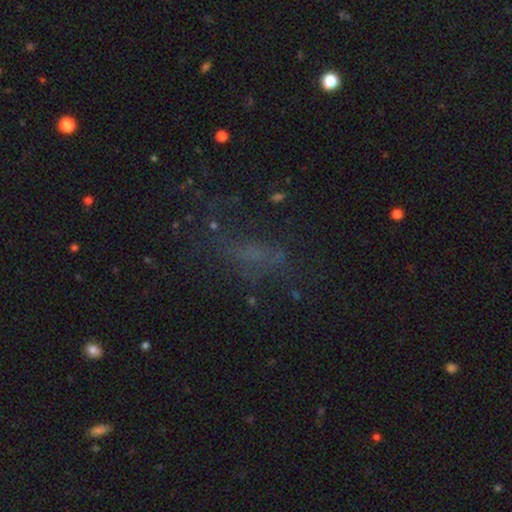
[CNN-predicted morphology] smooth 43%, star or artifact 30%, featured or disk 27%. Down the decision tree: merging — none (46%).